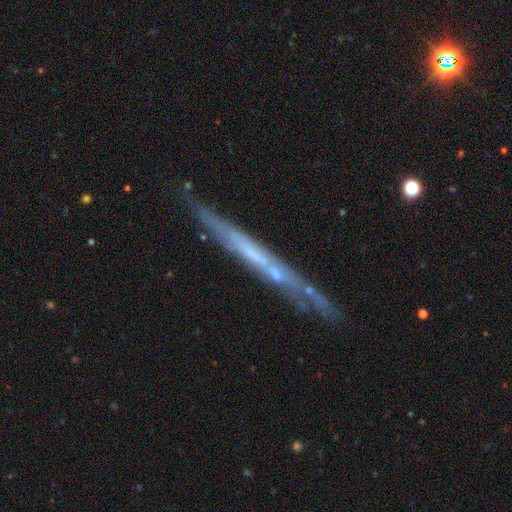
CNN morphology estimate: The model was most divided on "smooth or featured": featured or disk: 70%, smooth: 23%, star or artifact: 7%. More confident: edge-on disk — yes (92%); edge-on bulge — none (84%); merging — none (81%).